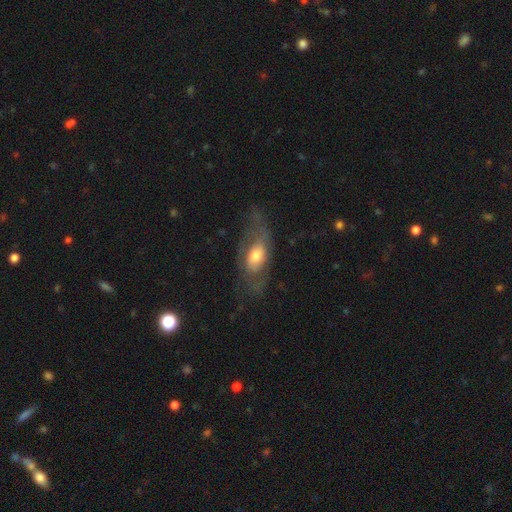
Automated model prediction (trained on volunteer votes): Smooth or featured?
  - featured or disk: 55% *
  - smooth: 38%
  - star or artifact: 7%
Edge-on disk?
  - no: 86% *
  - yes: 14%
Merging?
  - none: 51% *
  - major disturbance: 24%
  - minor disturbance: 23%
  - merger: 2%